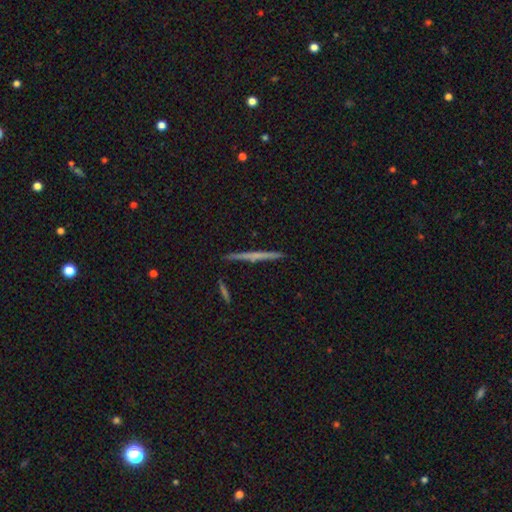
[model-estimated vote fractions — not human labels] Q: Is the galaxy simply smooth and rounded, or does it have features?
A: featured or disk — 56%.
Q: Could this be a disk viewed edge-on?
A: yes — 98%.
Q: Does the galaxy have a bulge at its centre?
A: none — 78%.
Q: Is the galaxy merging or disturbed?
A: none — 91%.